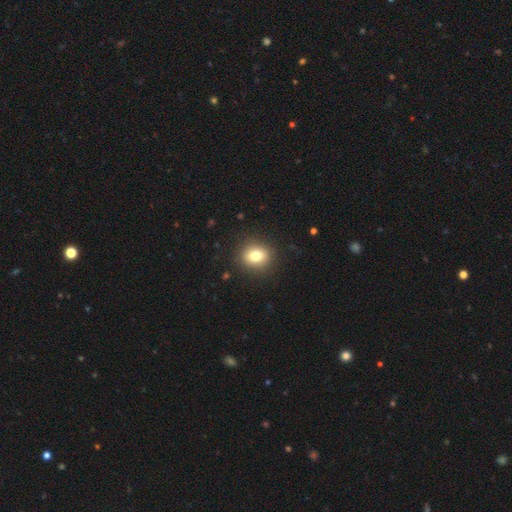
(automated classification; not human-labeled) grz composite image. It shows a smooth galaxy with no disk features (79%) that is round (78%). Merging: none (90%).